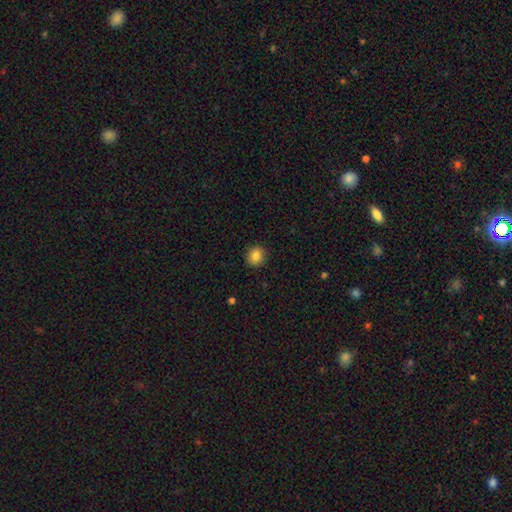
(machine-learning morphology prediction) This appears to be a smooth galaxy with no disk features (85%) that is round (77%). Merging: none (91%).